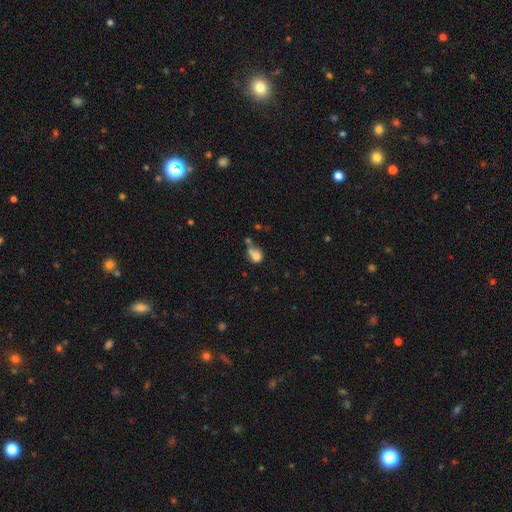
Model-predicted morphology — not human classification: Q: Smooth or featured?
A: smooth (73%); runner-up: featured or disk (16%)
Q: How rounded?
A: round (55%); runner-up: in between (43%)
Q: Merging?
A: merger (39%); runner-up: none (28%)